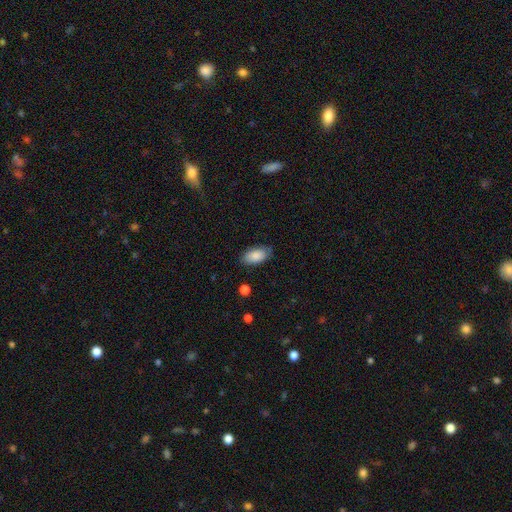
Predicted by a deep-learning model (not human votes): Morphology: type=smooth (86%); roundness=in between (94%); merging=none (79%).